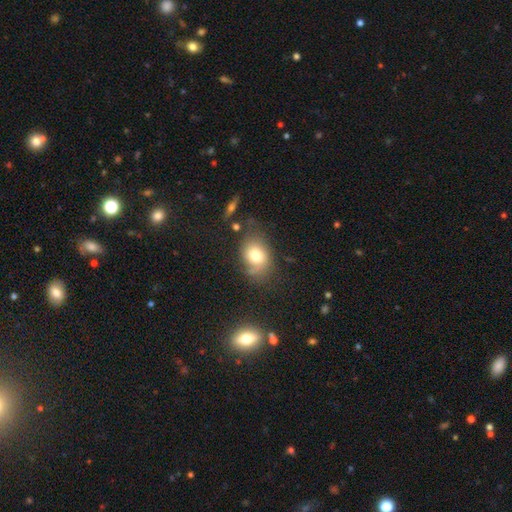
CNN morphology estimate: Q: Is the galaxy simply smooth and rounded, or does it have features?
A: smooth — 74%.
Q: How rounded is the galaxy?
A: in between — 67%.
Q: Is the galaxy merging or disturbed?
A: none — 57%.